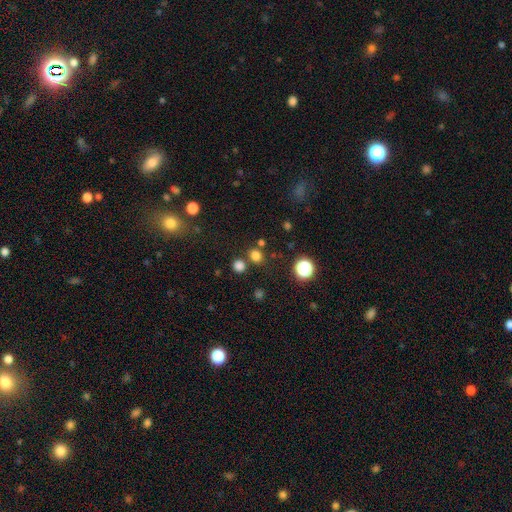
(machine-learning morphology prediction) smooth-or-featured: smooth: 75% | star or artifact: 20% | featured or disk: 5%
  how-rounded: round: 84% | in between: 15% | cigar-shaped: 1%
  merging: none: 77% | merger: 12% | minor disturbance: 8% | major disturbance: 3%